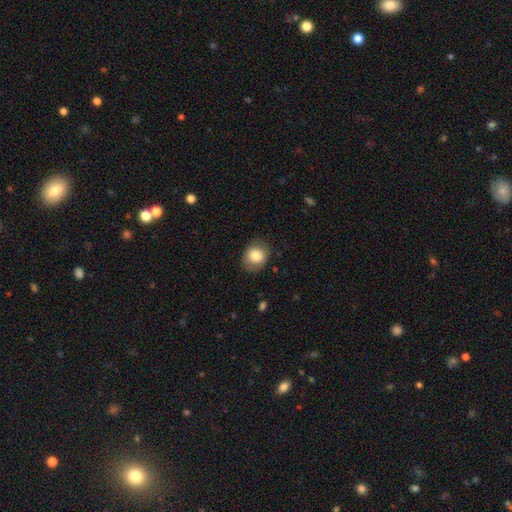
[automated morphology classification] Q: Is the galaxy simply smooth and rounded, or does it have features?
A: smooth — 80%.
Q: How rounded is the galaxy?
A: round — 64%.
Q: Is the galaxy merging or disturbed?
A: none — 79%.